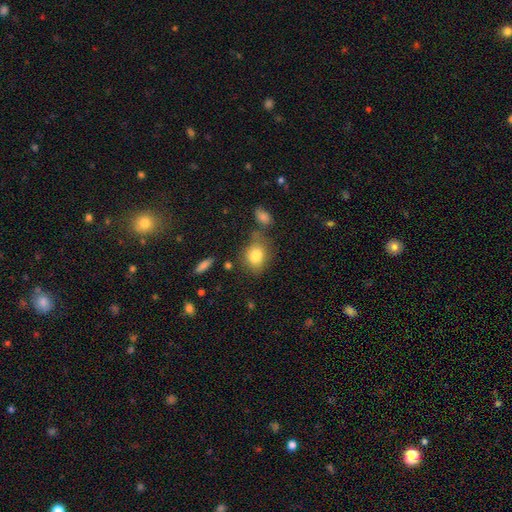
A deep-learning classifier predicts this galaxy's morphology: Smooth or featured?
  - smooth: 80% *
  - featured or disk: 10%
  - star or artifact: 9%
How rounded?
  - in between: 54% *
  - round: 45%
  - cigar-shaped: 1%
Merging?
  - none: 67% *
  - minor disturbance: 17%
  - merger: 10%
  - major disturbance: 6%